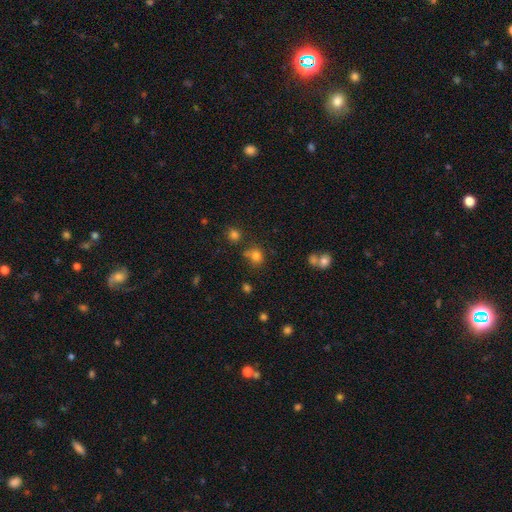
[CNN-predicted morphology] The model was most divided on "merging": none: 62%, minor disturbance: 18%, merger: 13%, major disturbance: 7%. More confident: smooth or featured — smooth (77%); how rounded — round (73%).